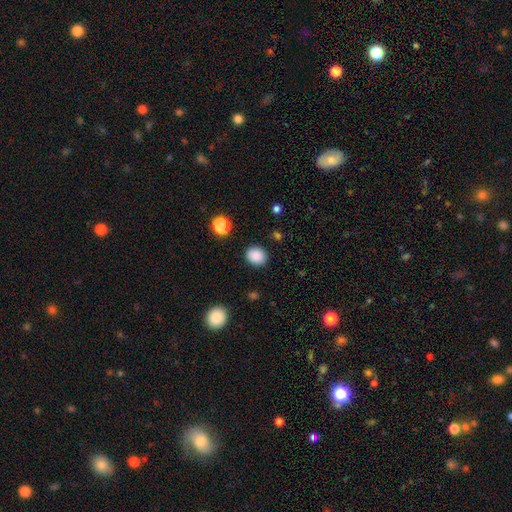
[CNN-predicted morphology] type=smooth (87%); roundness=round (68%); merging=none (88%).